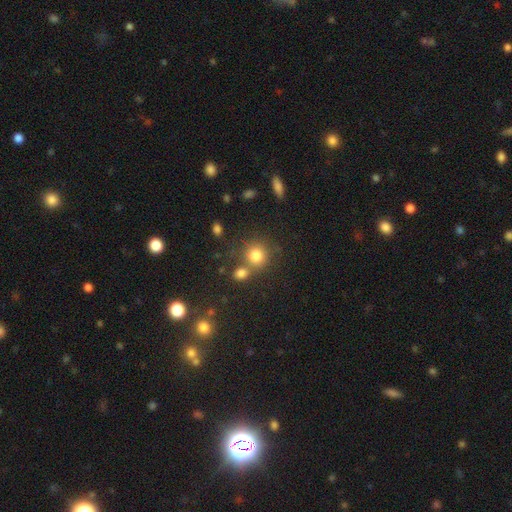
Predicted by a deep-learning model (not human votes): A smooth galaxy with no disk features (80%) that is round (86%). Merging: none (60%).